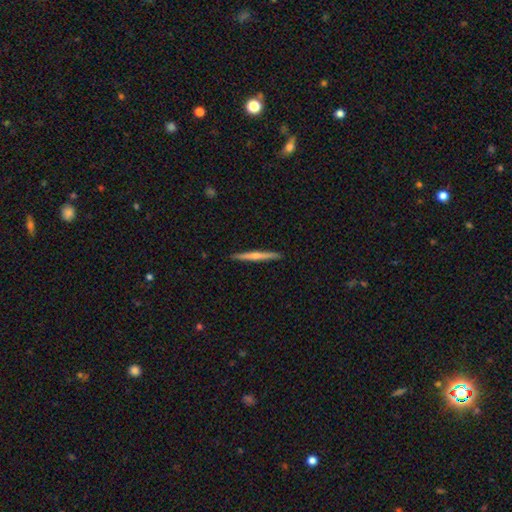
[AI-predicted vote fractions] Smooth or featured? featured or disk (49%)
Merging? none (91%)